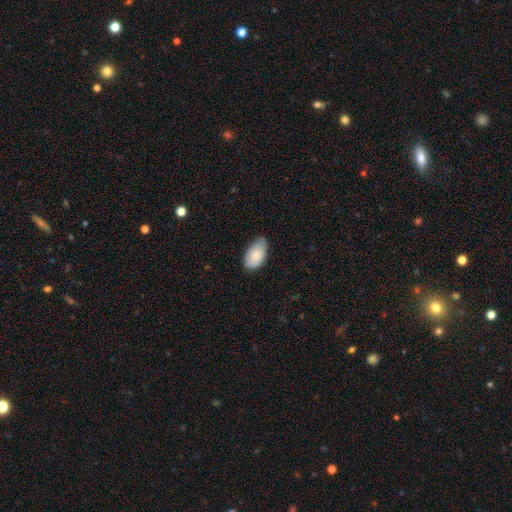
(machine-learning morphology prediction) A smooth galaxy with no disk features (85%) that is in between round and cigar-shaped (95%). Merging: none (58%).